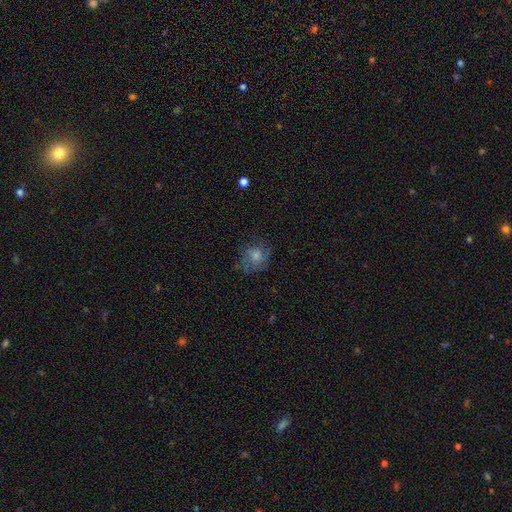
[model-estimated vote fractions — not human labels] smooth_or_featured: smooth (p=0.64) [alt: featured or disk p=0.27]
how_rounded: round (p=0.74) [alt: in between p=0.25]
merging: none (p=0.63) [alt: minor disturbance p=0.23]